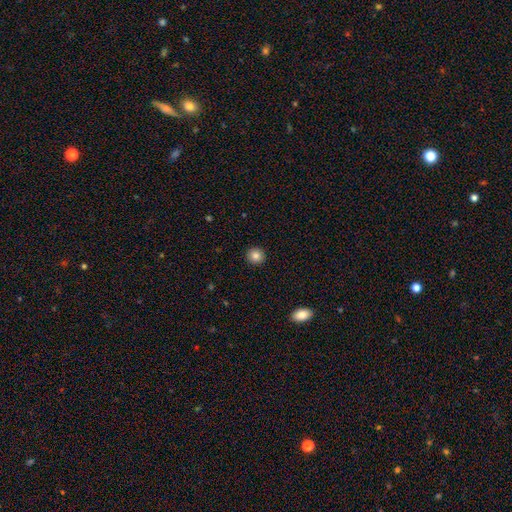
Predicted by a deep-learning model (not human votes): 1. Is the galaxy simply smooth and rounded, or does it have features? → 83% smooth, 10% star or artifact, 7% featured or disk.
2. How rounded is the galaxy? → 93% round, 6% in between, 1% cigar-shaped.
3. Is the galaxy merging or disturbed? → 93% none, 5% minor disturbance, 2% major disturbance, 1% merger.